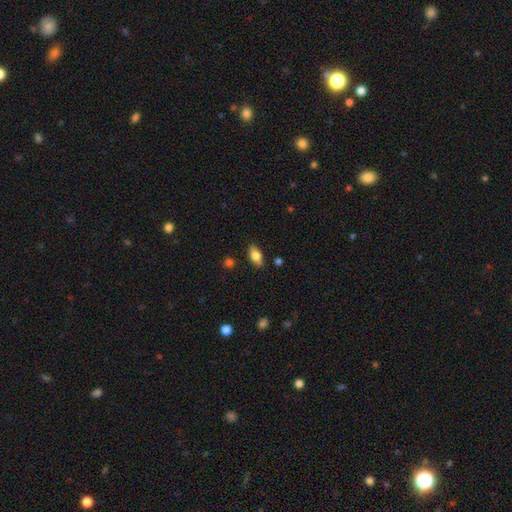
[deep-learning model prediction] Smooth or featured? smooth (80%)
How rounded? in between (89%)
Merging? none (87%)